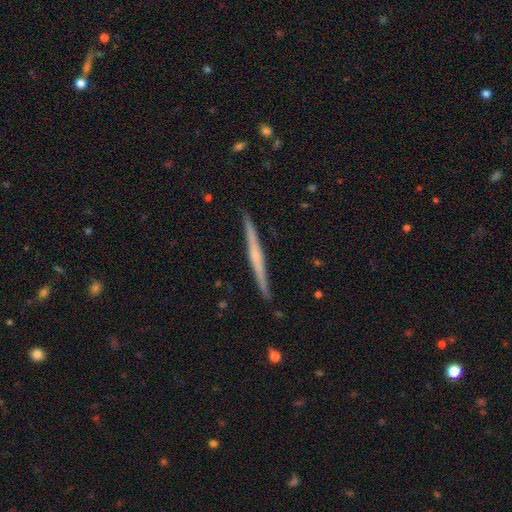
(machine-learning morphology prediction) smooth_or_featured: featured or disk (p=0.67) [alt: smooth p=0.28]
disk_edge_on: yes (p=0.98) [alt: no p=0.02]
edge_on_bulge: none (p=0.50) [alt: rounded p=0.41]
merging: none (p=0.91) [alt: minor disturbance p=0.06]